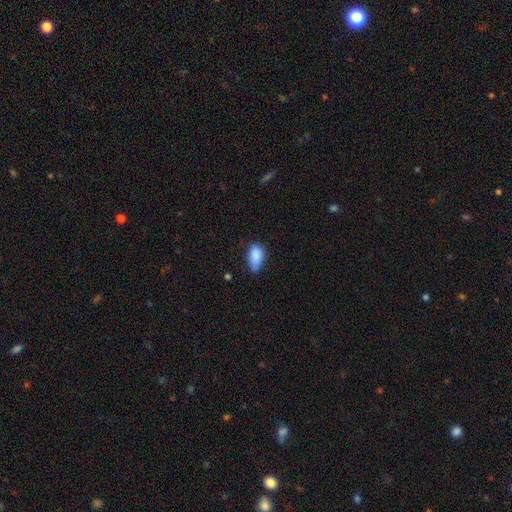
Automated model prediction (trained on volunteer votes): Smooth or featured: smooth — 85% (star or artifact — 8%)
How rounded: in between — 91% (round — 5%)
Merging: none — 47% (minor disturbance — 42%)